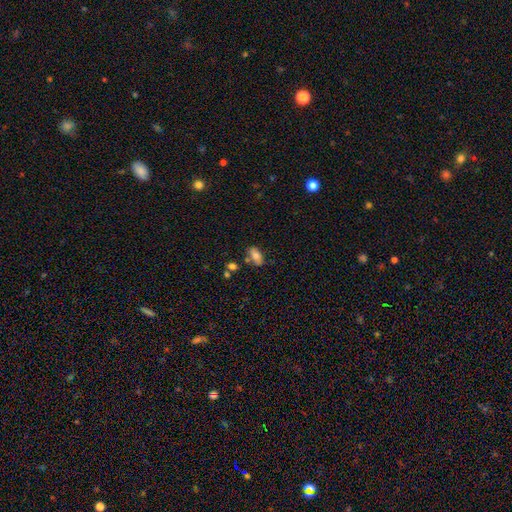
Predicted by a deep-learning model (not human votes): A smooth galaxy with no disk features (77%) that is in between round and cigar-shaped (88%). Merging: none (72%).